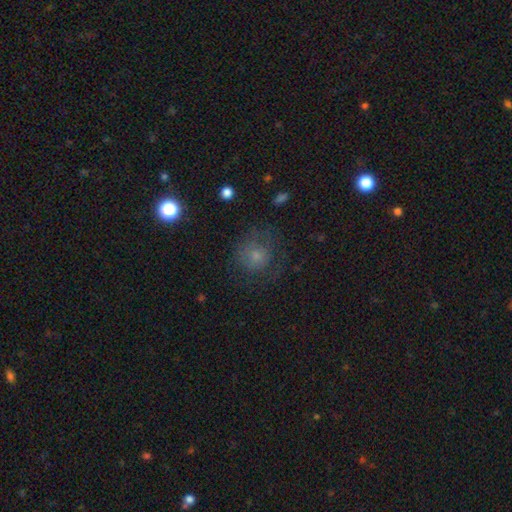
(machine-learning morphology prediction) Smooth or featured? smooth (65%)
How rounded? round (87%)
Merging? none (61%)